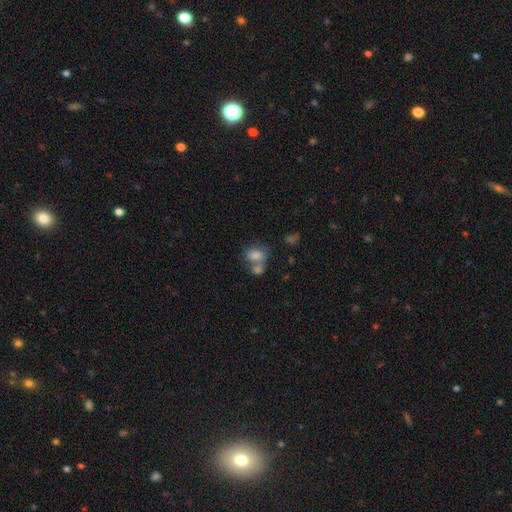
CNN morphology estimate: Smooth or featured? Predicted: smooth (p=0.76). How rounded? Predicted: in between (p=0.72). Merging? Predicted: merger (p=0.55).